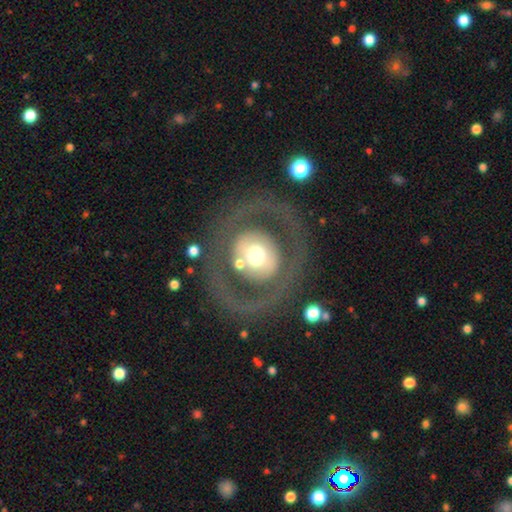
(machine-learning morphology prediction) smooth-or-featured: featured or disk: 57% | smooth: 35% | star or artifact: 8%
  disk-edge-on: no: 94% | yes: 6%
    bar: no: 81% | weak: 12% | strong: 7%
    has-spiral-arms: no: 77% | yes: 23%
    bulge-size: moderate: 51% | large: 33% | dominant: 8% | small: 7% | none: 1%
  merging: none: 71% | major disturbance: 15% | minor disturbance: 11% | merger: 3%